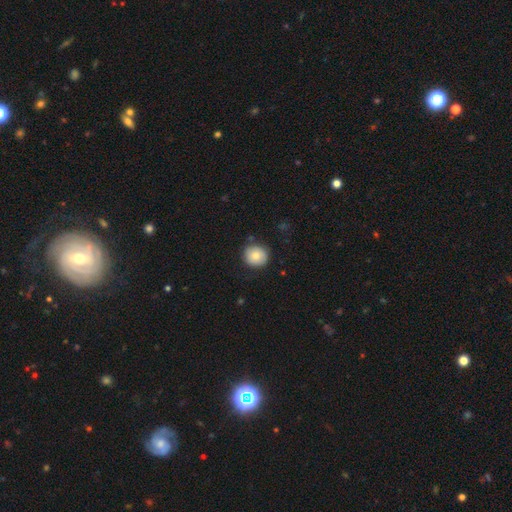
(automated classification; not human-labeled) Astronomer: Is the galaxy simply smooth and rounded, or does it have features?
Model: smooth — 80%.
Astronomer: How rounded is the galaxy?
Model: round — 90%.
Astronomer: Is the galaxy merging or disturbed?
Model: none — 84%.